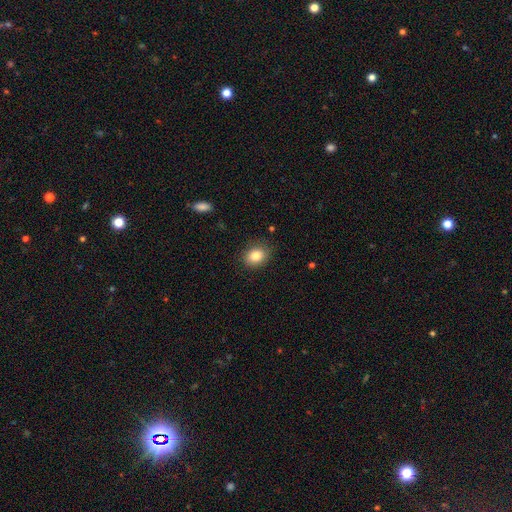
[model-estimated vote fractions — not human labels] Smooth or featured? Predicted: smooth (p=0.84). How rounded? Predicted: in between (p=0.56). Merging? Predicted: none (p=0.86).